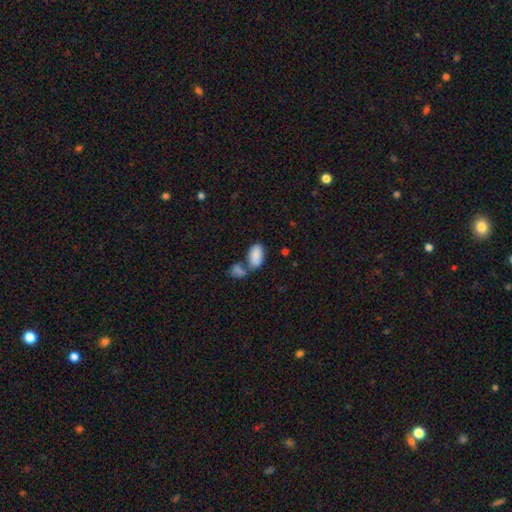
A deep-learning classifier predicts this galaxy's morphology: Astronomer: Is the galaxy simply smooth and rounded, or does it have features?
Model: smooth — 84%.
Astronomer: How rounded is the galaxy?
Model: in between — 94%.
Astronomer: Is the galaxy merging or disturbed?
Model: merger — 49% (runner-up: none, 34%).